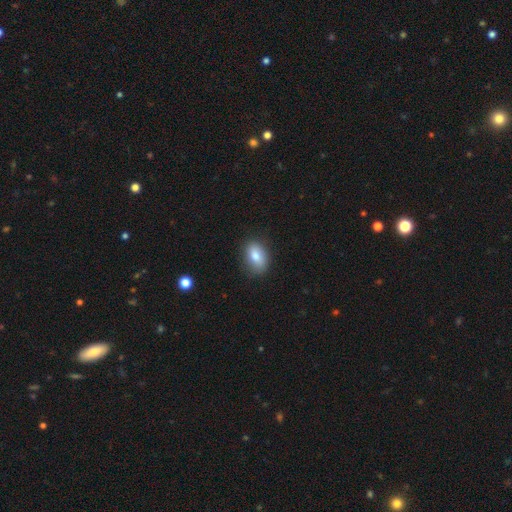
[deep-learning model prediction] Q: Smooth or featured?
A: smooth (81%); runner-up: featured or disk (11%)
Q: How rounded?
A: in between (85%); runner-up: round (12%)
Q: Merging?
A: none (81%); runner-up: minor disturbance (15%)